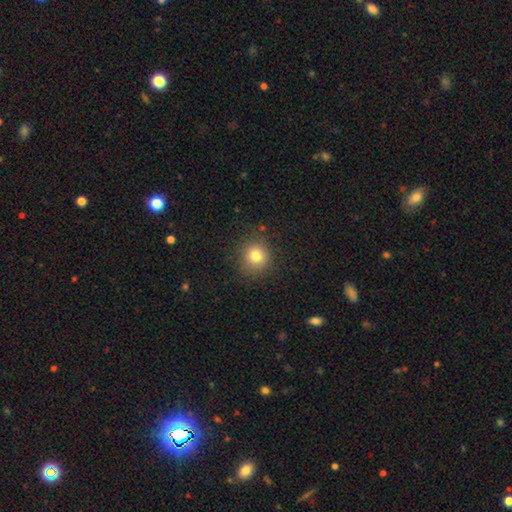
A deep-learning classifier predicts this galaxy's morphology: Q: Smooth or featured?
A: smooth (79%); runner-up: star or artifact (13%)
Q: How rounded?
A: round (86%); runner-up: in between (13%)
Q: Merging?
A: none (85%); runner-up: minor disturbance (10%)